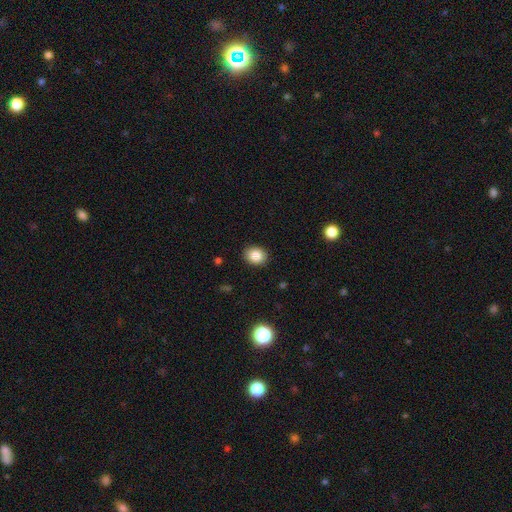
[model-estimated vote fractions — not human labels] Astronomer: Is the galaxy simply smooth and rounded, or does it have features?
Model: smooth — 84%.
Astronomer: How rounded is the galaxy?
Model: round — 56% (runner-up: in between, 43%).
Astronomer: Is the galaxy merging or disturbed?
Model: none — 90%.